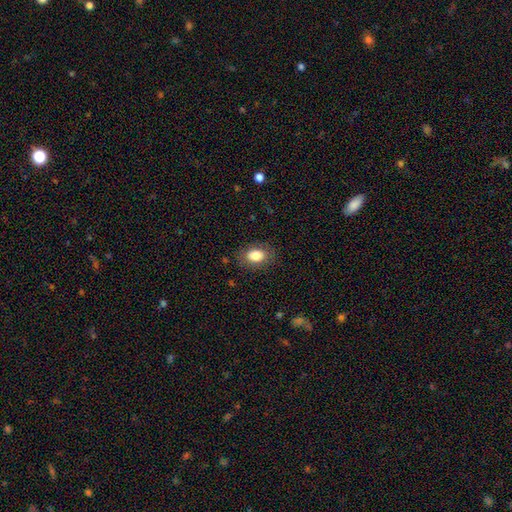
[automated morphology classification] A smooth galaxy with no disk features (82%) that is in between round and cigar-shaped (80%). Merging: none (82%).